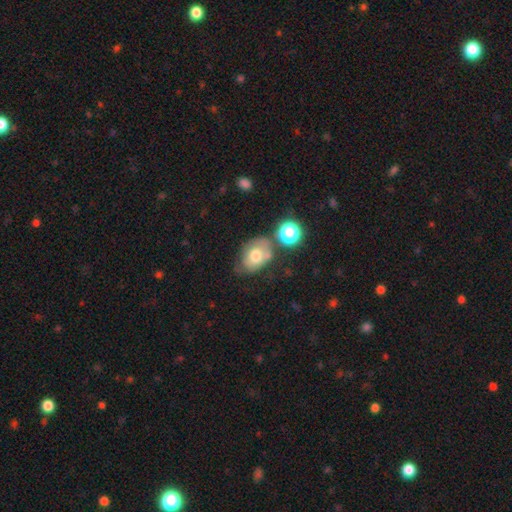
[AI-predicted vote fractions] Smooth or featured: smooth — 66% (featured or disk — 23%)
How rounded: in between — 73% (round — 26%)
Merging: none — 47% (minor disturbance — 25%)